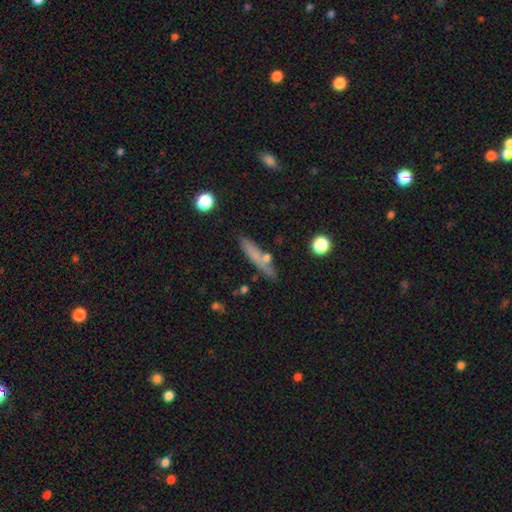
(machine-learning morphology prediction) The model was most divided on "smooth or featured": smooth: 63%, featured or disk: 27%, star or artifact: 10%. More confident: how rounded — cigar-shaped (85%); merging — none (74%).